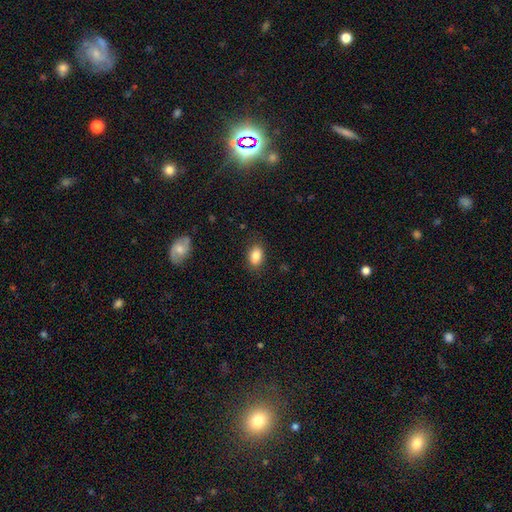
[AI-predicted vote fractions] Smooth or featured?
  - smooth: 86% *
  - star or artifact: 8%
  - featured or disk: 6%
How rounded?
  - in between: 84% *
  - round: 15%
  - cigar-shaped: 1%
Merging?
  - none: 84% *
  - minor disturbance: 12%
  - major disturbance: 3%
  - merger: 1%